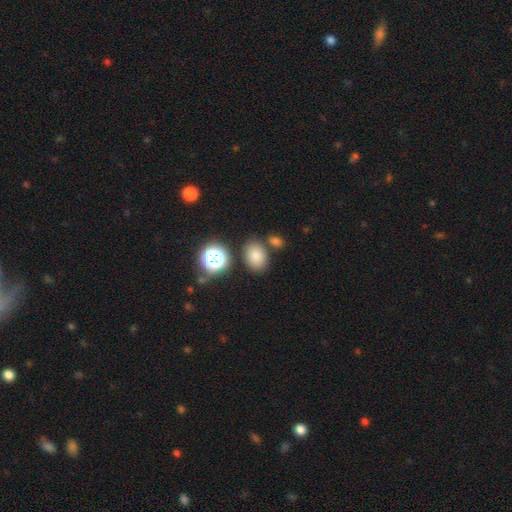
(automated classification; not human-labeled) A smooth galaxy with no disk features (78%) that is in between round and cigar-shaped (72%). Merging: none (76%).